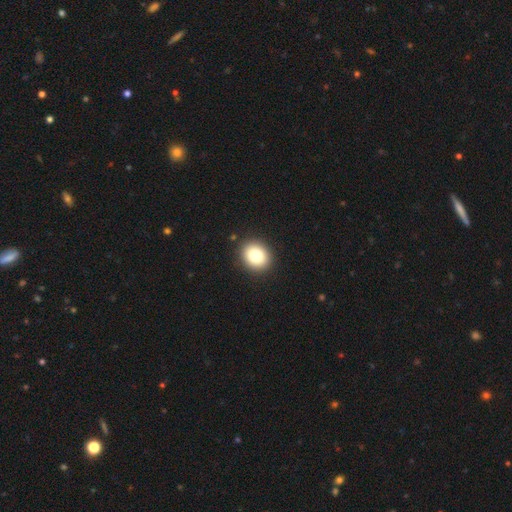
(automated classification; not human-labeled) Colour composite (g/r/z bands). It shows a smooth galaxy with no disk features (80%) that is round (66%). Merging: none (91%).